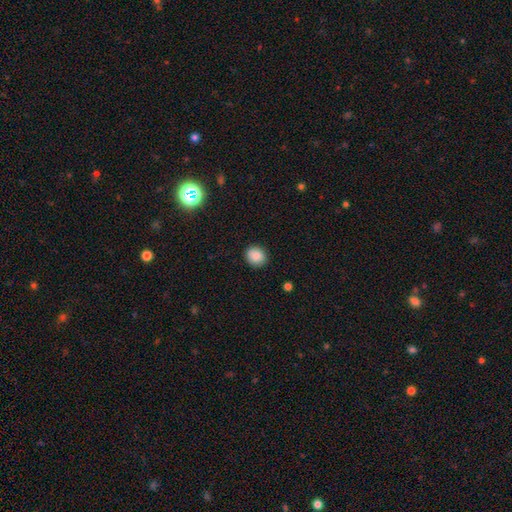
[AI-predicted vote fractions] Smooth or featured?
  - smooth: 87% *
  - star or artifact: 9%
  - featured or disk: 3%
How rounded?
  - round: 78% *
  - in between: 21%
  - cigar-shaped: 1%
Merging?
  - none: 89% *
  - minor disturbance: 8%
  - major disturbance: 2%
  - merger: 1%